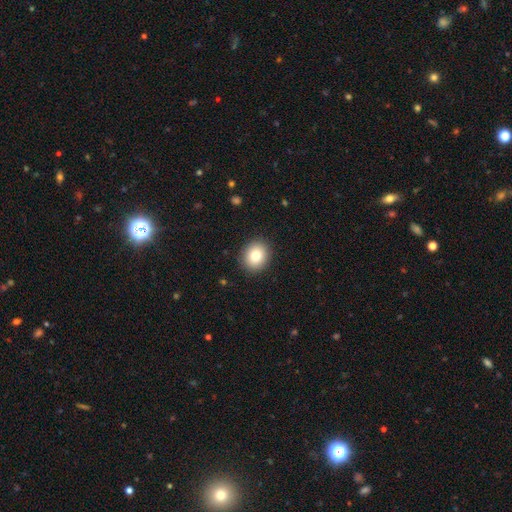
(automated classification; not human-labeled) smooth_or_featured: smooth (p=0.79) [alt: featured or disk p=0.11]
how_rounded: round (p=0.74) [alt: in between p=0.25]
merging: none (p=0.90) [alt: minor disturbance p=0.07]